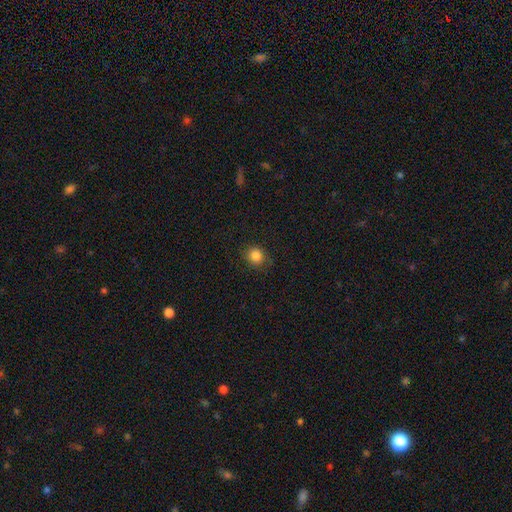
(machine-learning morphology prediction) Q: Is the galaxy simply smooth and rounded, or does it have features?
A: smooth — 85%.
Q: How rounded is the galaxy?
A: round — 83%.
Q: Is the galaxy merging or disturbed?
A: none — 85%.